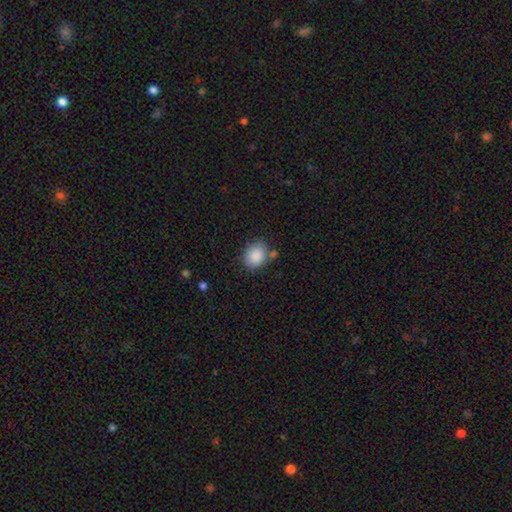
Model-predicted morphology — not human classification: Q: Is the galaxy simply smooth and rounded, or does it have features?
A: smooth — 87%.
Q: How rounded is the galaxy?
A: in between — 51%.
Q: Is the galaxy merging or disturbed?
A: none — 73%.